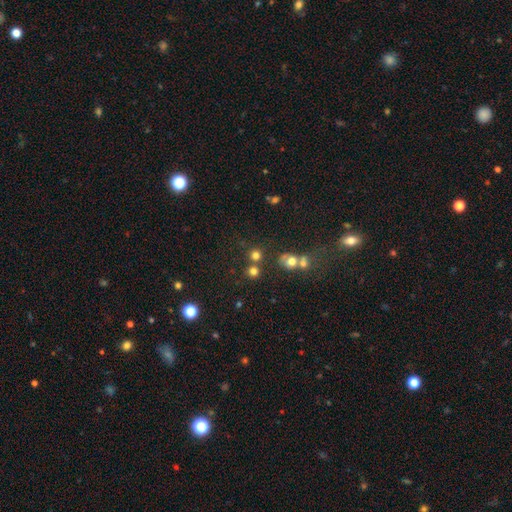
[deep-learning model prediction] Q: Smooth or featured?
A: smooth (73%); runner-up: star or artifact (18%)
Q: How rounded?
A: round (89%); runner-up: in between (9%)
Q: Merging?
A: none (66%); runner-up: merger (22%)